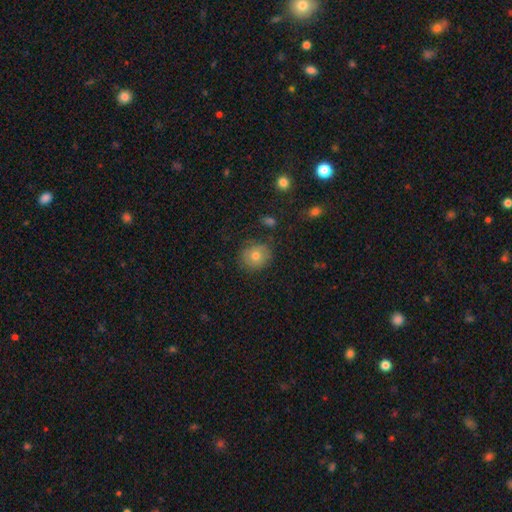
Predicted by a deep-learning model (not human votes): A smooth galaxy with no disk features (73%) that is round (84%).

Vote fractions:
- Smooth or featured? smooth: 73% / featured or disk: 15% / star or artifact: 11%
- How rounded? round: 84% / in between: 15% / cigar-shaped: 1%
- Merging? none: 82% / minor disturbance: 13% / major disturbance: 3% / merger: 2%